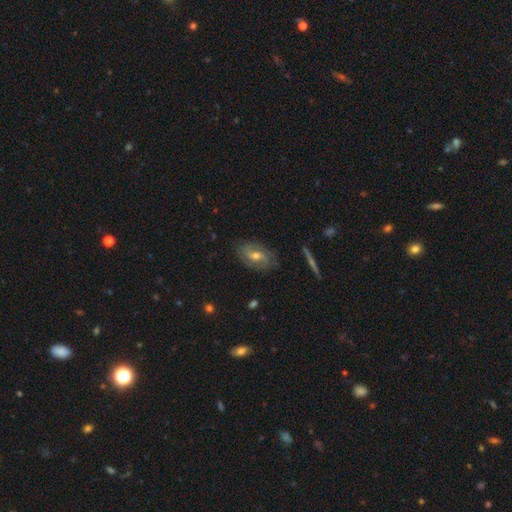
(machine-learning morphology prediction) This appears to be a featured or disk galaxy (66%) with a weak bar (48%), spiral arms (82%) and a moderate central bulge (67%). Merging: none (80%).